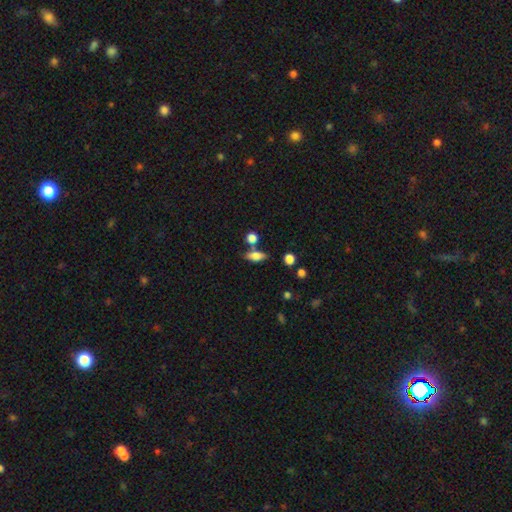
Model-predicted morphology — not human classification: type=smooth (73%); roundness=in between (71%); merging=none (68%).